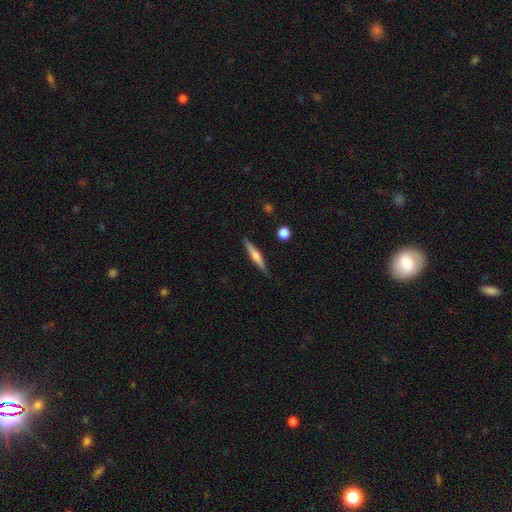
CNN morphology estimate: featured or disk 54%, smooth 40%, star or artifact 6%. Down the decision tree: edge-on disk — yes (97%); edge-on bulge — rounded (77%); merging — none (88%).